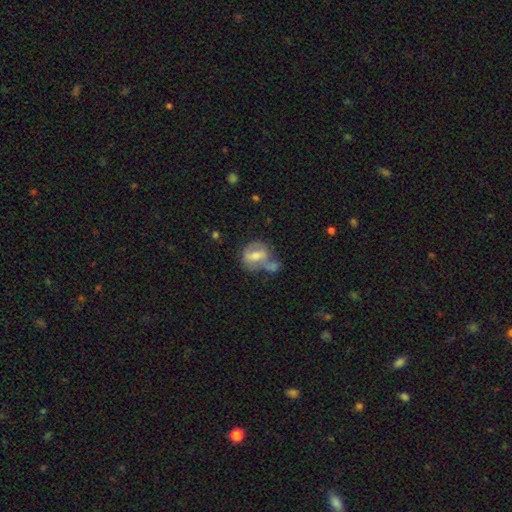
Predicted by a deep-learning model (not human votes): Morphology: type=featured or disk (46%); merging=merger (36%).